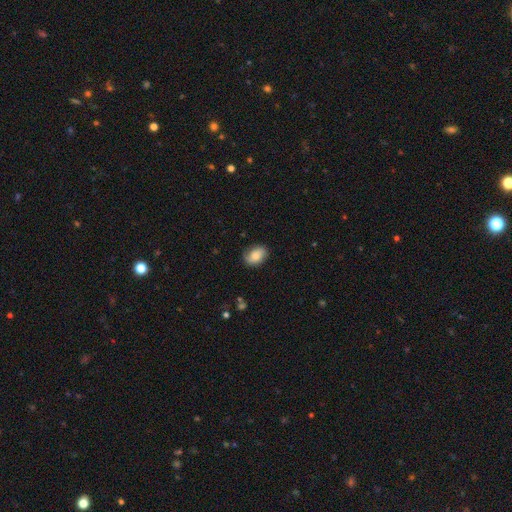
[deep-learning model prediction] Smooth or featured? smooth (74%)
How rounded? in between (82%)
Merging? none (76%)